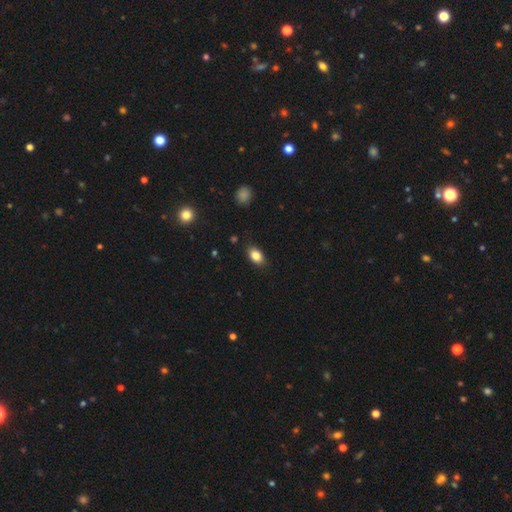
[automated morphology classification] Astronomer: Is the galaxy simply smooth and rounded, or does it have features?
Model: smooth — 84%.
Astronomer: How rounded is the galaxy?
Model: in between — 86%.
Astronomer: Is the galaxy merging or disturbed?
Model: none — 84%.